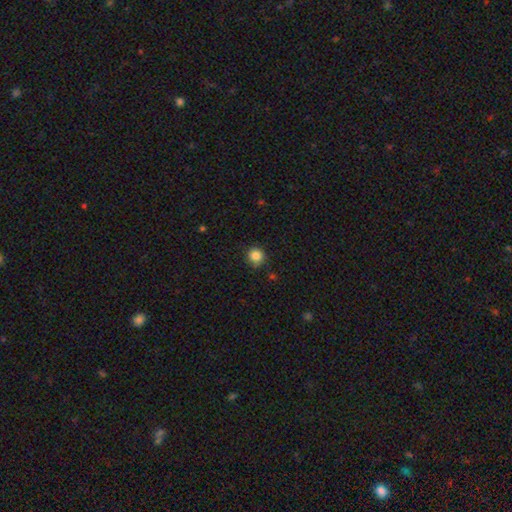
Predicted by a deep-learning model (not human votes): A smooth galaxy with no disk features (85%) that is round (92%). Merging: none (83%).